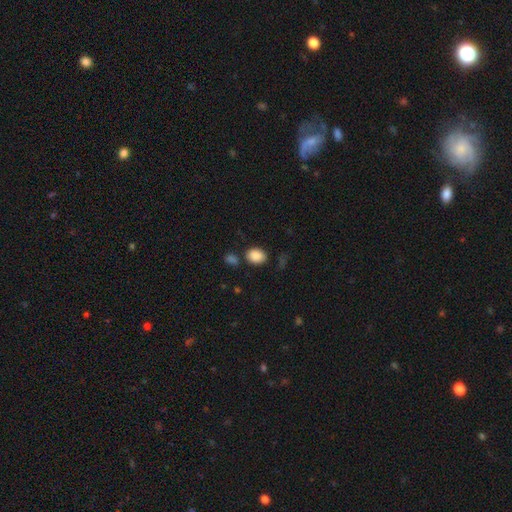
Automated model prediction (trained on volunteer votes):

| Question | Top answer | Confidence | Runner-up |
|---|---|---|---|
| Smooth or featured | smooth | 88% | star or artifact (9%) |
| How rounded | in between | 68% | round (31%) |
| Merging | none | 76% | minor disturbance (12%) |